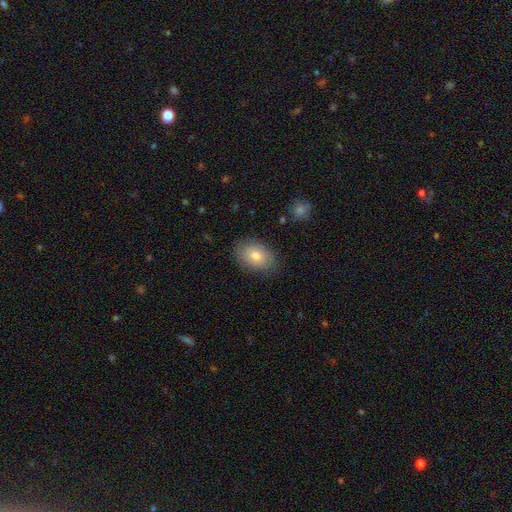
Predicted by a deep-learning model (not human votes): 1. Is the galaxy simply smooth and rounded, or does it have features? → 76% smooth, 15% featured or disk, 9% star or artifact.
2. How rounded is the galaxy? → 82% in between, 16% round, 1% cigar-shaped.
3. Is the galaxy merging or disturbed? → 85% none, 11% minor disturbance, 3% major disturbance, 1% merger.